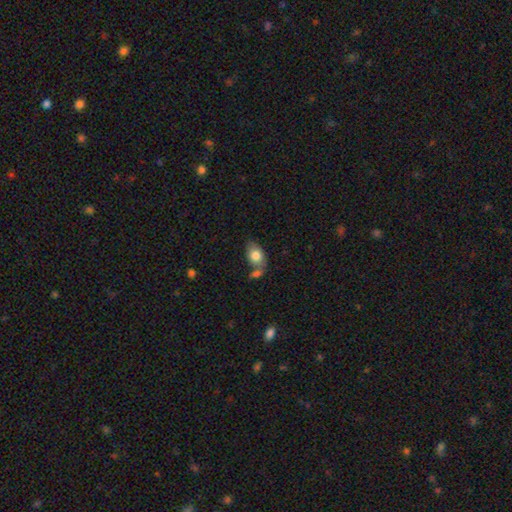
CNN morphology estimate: A smooth galaxy with no disk features (78%) that is in between round and cigar-shaped (82%).

Vote fractions:
- Smooth or featured? smooth: 78% / featured or disk: 15% / star or artifact: 7%
- How rounded? in between: 82% / round: 17% / cigar-shaped: 2%
- Merging? none: 46% / merger: 29% / minor disturbance: 18% / major disturbance: 7%